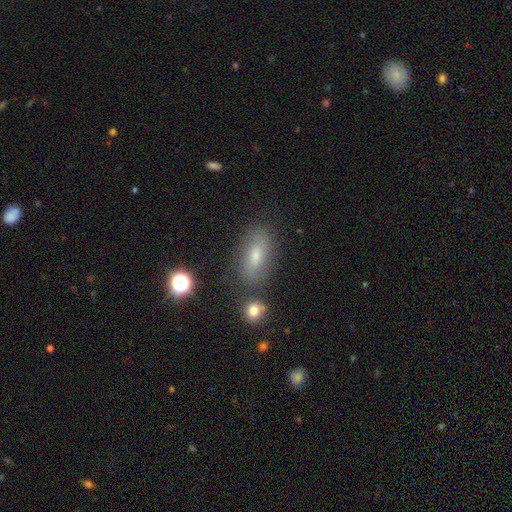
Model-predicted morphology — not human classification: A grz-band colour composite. It shows a smooth galaxy with no disk features (63%) that is in between round and cigar-shaped (81%). Merging: none (76%).